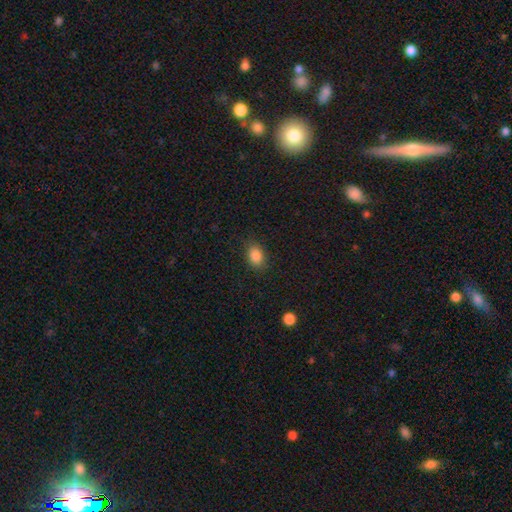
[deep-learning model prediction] Smooth or featured?
  - smooth: 87% *
  - star or artifact: 9%
  - featured or disk: 4%
How rounded?
  - in between: 75% *
  - round: 24%
  - cigar-shaped: 1%
Merging?
  - none: 84% *
  - minor disturbance: 12%
  - major disturbance: 3%
  - merger: 1%